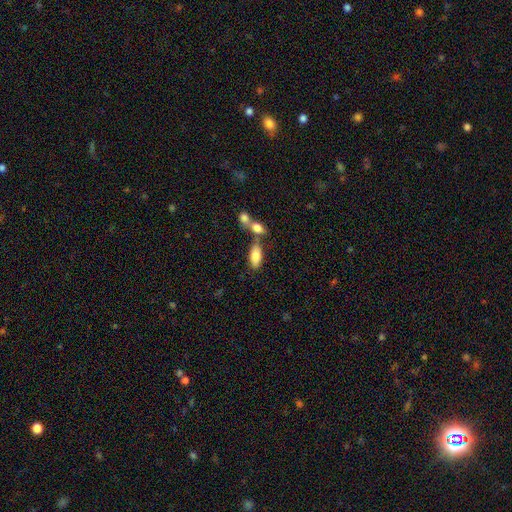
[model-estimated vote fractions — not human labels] This appears to be a smooth galaxy with no disk features (80%) that is in between round and cigar-shaped (86%). Merging: none (49%).